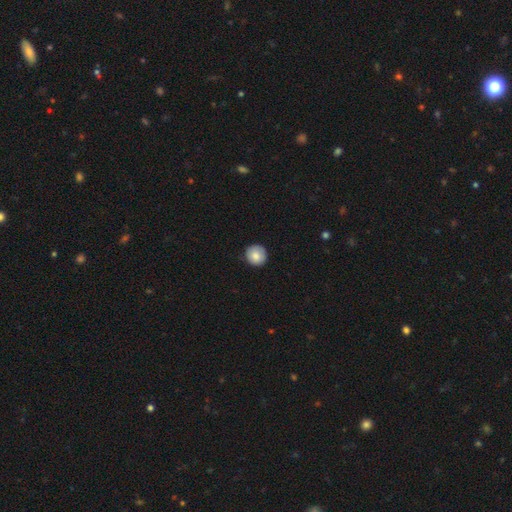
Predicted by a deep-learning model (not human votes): The model was most divided on "smooth or featured": smooth: 82%, featured or disk: 10%, star or artifact: 7%. More confident: how rounded — round (93%); merging — none (88%).